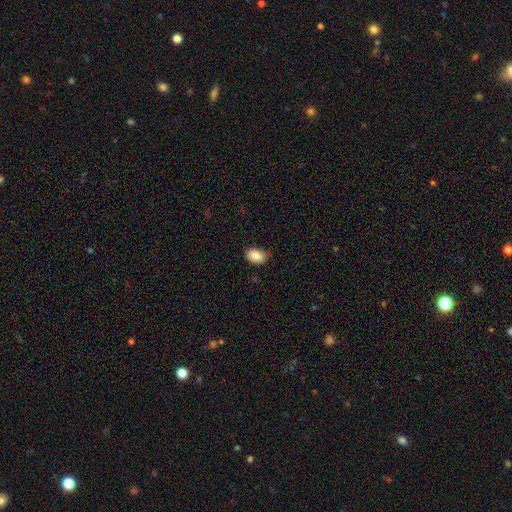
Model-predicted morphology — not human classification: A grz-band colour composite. It shows a smooth galaxy with no disk features (86%) that is in between round and cigar-shaped (83%). Merging: none (83%).